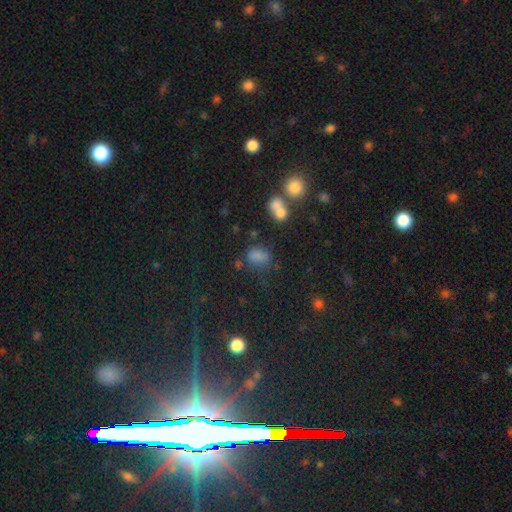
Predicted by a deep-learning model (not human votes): smooth_or_featured: smooth (p=0.61) [alt: star or artifact p=0.30]
how_rounded: in between (p=0.71) [alt: round p=0.27]
merging: none (p=0.57) [alt: minor disturbance p=0.18]